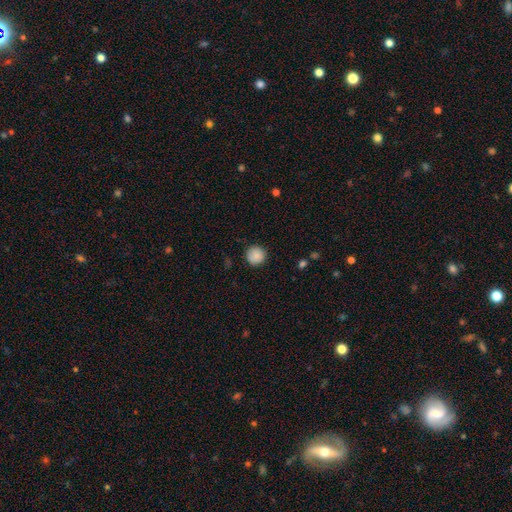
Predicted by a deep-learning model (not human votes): Q: Smooth or featured?
A: smooth (87%); runner-up: star or artifact (8%)
Q: How rounded?
A: round (95%); runner-up: in between (4%)
Q: Merging?
A: none (89%); runner-up: minor disturbance (8%)